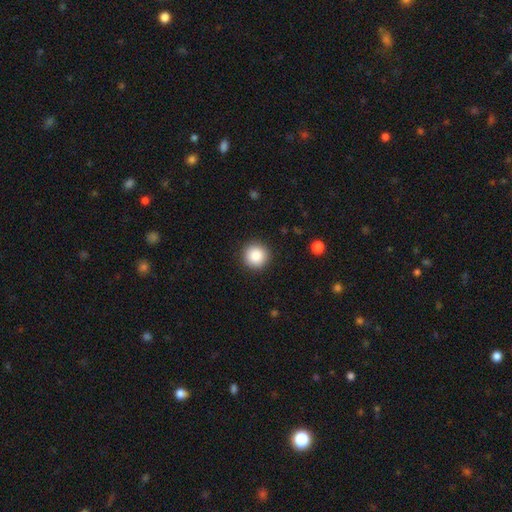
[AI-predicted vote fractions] A smooth galaxy with no disk features (87%) that is round (95%).

Vote fractions:
- Smooth or featured? smooth: 87% / star or artifact: 9% / featured or disk: 4%
- How rounded? round: 95% / in between: 4% / cigar-shaped: 1%
- Merging? none: 92% / minor disturbance: 5% / major disturbance: 2% / merger: 1%